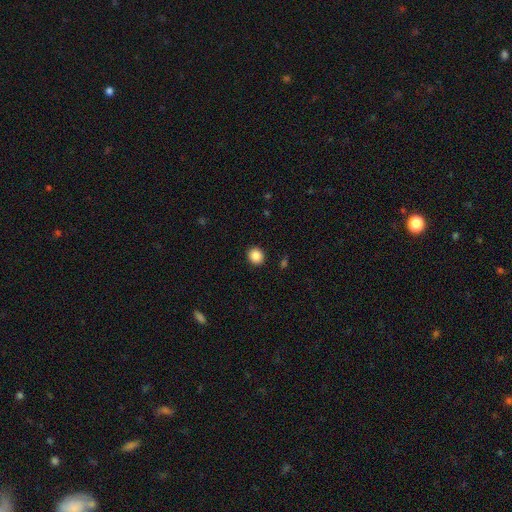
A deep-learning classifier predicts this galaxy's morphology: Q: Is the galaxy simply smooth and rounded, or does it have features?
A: smooth — 87%.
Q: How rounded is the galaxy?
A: round — 82%.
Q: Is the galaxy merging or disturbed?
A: none — 91%.